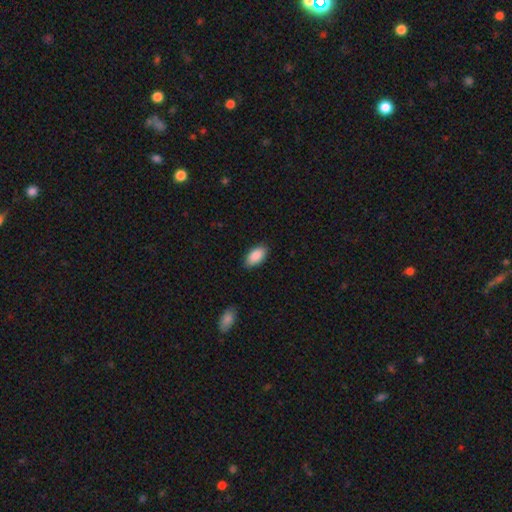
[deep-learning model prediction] Smooth or featured? smooth (89%)
How rounded? in between (94%)
Merging? none (86%)